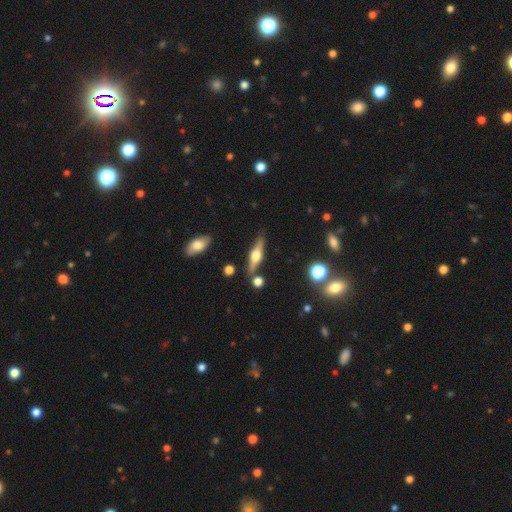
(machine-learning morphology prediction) This is likely a featured or disk galaxy (69%). It is clearly viewed edge-on (96%). Edge-on bulge: clearly rounded (94%). Merging: clearly none (83%).